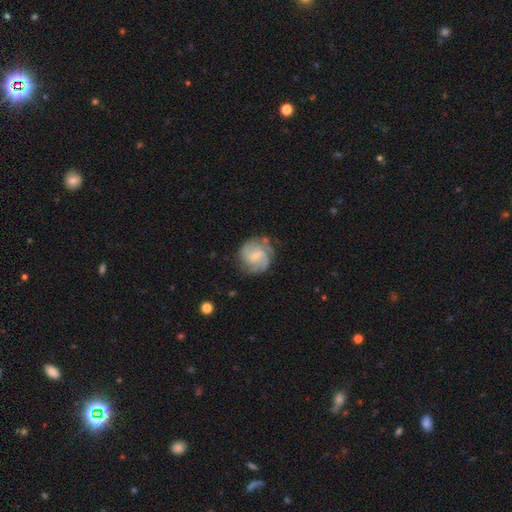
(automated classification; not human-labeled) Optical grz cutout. It shows a featured or disk galaxy (78%) with no bar (49%), 2 (41%) medium (44%) spiral arms (95%) and a small central bulge (71%). Merging: none (71%).